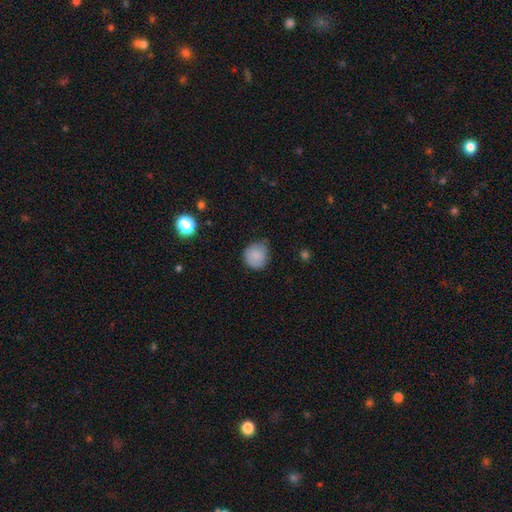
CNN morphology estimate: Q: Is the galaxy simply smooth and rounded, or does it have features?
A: smooth — 85%.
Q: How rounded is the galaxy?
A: round — 85%.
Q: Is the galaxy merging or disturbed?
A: none — 64%.